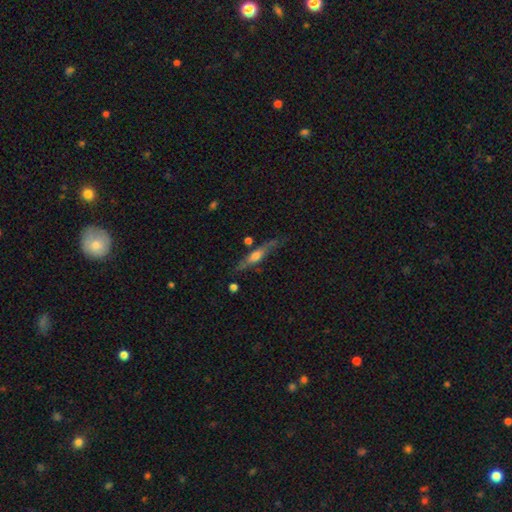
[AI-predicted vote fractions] smooth_or_featured: featured or disk (p=0.60) [alt: smooth p=0.34]
disk_edge_on: yes (p=0.90) [alt: no p=0.10]
edge_on_bulge: rounded (p=0.78) [alt: boxy p=0.13]
merging: none (p=0.73) [alt: minor disturbance p=0.17]